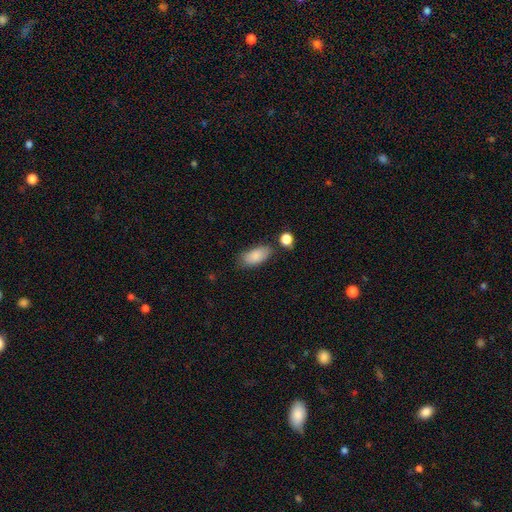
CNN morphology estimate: smooth_or_featured: smooth (p=0.87) [alt: star or artifact p=0.07]
how_rounded: in between (p=0.90) [alt: cigar-shaped p=0.07]
merging: none (p=0.73) [alt: minor disturbance p=0.16]